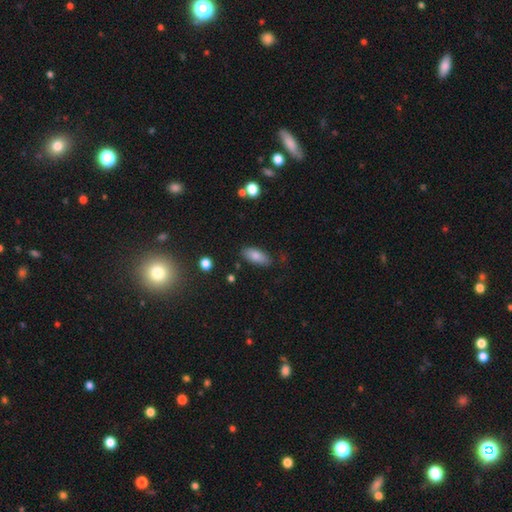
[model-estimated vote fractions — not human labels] Q: Smooth or featured?
A: smooth (82%); runner-up: featured or disk (11%)
Q: How rounded?
A: in between (85%); runner-up: cigar-shaped (13%)
Q: Merging?
A: none (80%); runner-up: minor disturbance (15%)